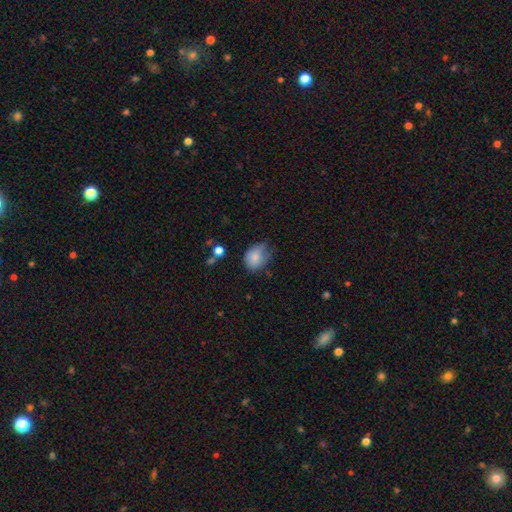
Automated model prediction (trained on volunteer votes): A smooth galaxy with no disk features (78%) that is in between round and cigar-shaped (53%).

Vote fractions:
- Smooth or featured? smooth: 78% / featured or disk: 13% / star or artifact: 8%
- How rounded? in between: 53% / round: 46% / cigar-shaped: 1%
- Merging? minor disturbance: 41% / none: 39% / major disturbance: 16% / merger: 3%